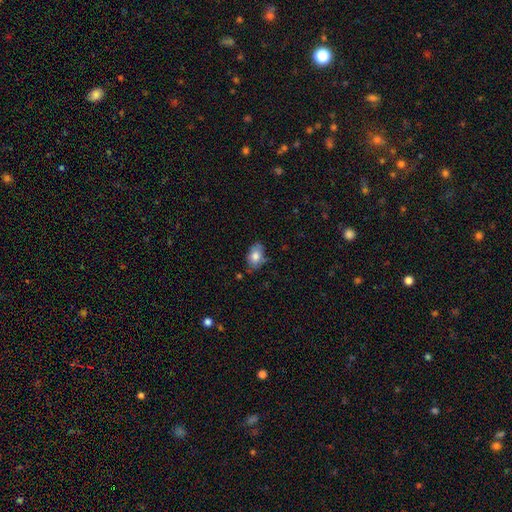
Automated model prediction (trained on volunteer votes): Overall: smooth (78%). How rounded: in between (86%). Merging: none (68%).